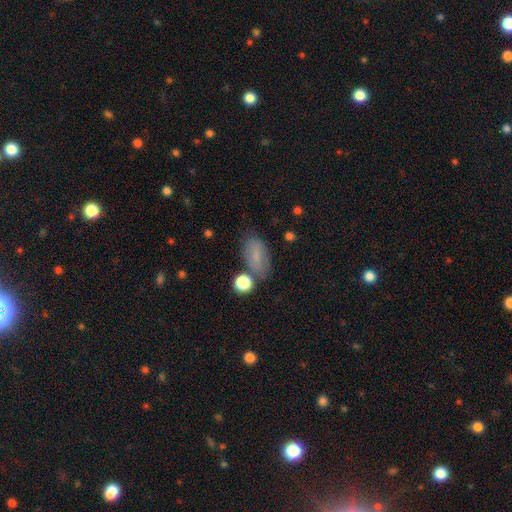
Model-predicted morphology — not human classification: smooth_or_featured: smooth (p=0.74) [alt: featured or disk p=0.16]
how_rounded: in between (p=0.89) [alt: round p=0.08]
merging: none (p=0.65) [alt: minor disturbance p=0.19]